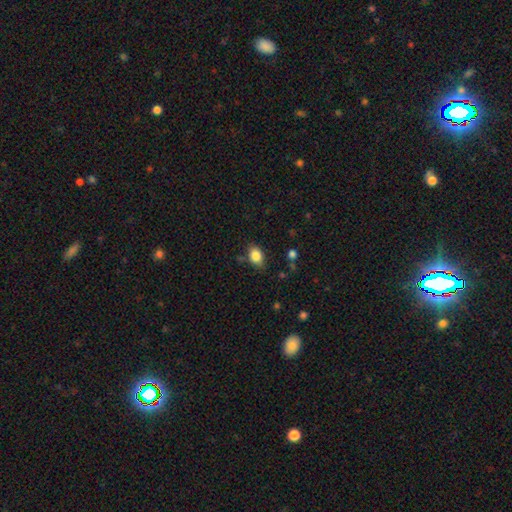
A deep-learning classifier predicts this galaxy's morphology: This appears to be a smooth galaxy with no disk features (84%) that is in between round and cigar-shaped (76%). Merging: none (77%).